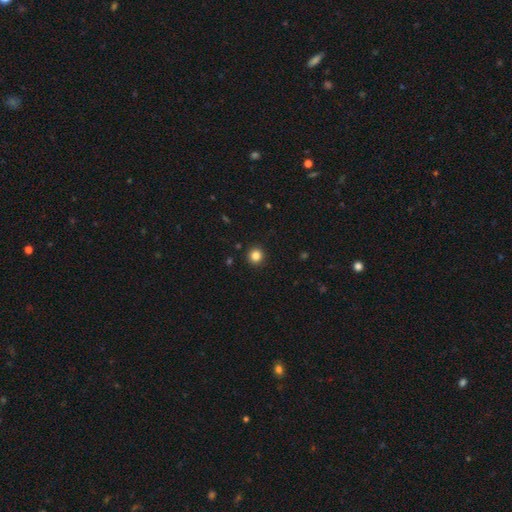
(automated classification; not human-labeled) Smooth or featured: smooth — 84% (star or artifact — 12%)
How rounded: round — 94% (in between — 5%)
Merging: none — 93% (minor disturbance — 4%)